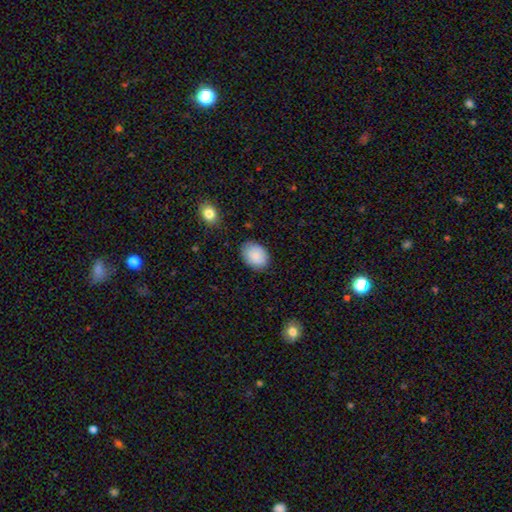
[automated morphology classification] The model was most divided on "how rounded": in between: 72%, round: 27%, cigar-shaped: 1%. More confident: smooth or featured — smooth (86%); merging — none (80%).